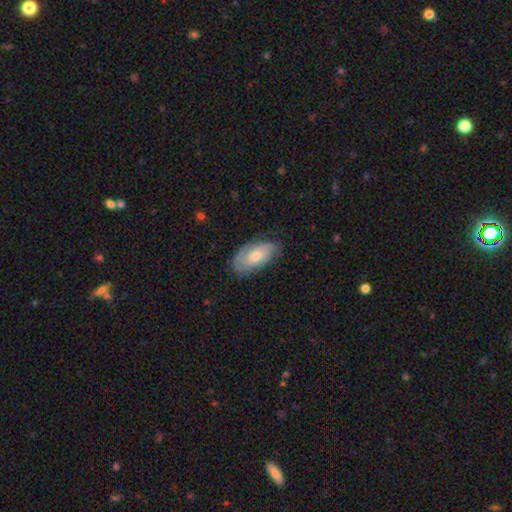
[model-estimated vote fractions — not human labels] smooth-or-featured: featured or disk: 54% | smooth: 40% | star or artifact: 7%
  disk-edge-on: no: 91% | yes: 9%
  merging: none: 73% | minor disturbance: 21% | major disturbance: 5% | merger: 1%